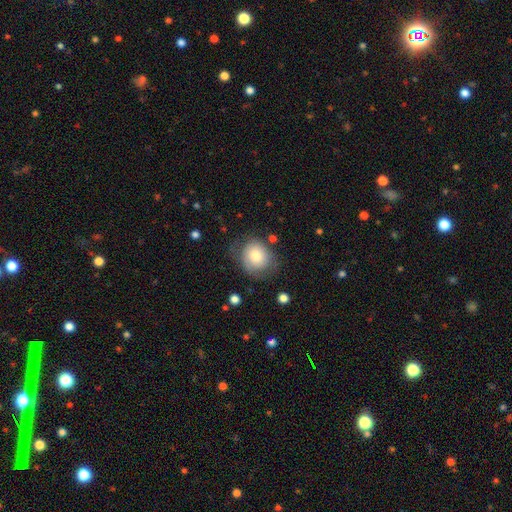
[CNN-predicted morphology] This appears to be a smooth galaxy with no disk features (75%) that is round (69%). Merging: none (61%).